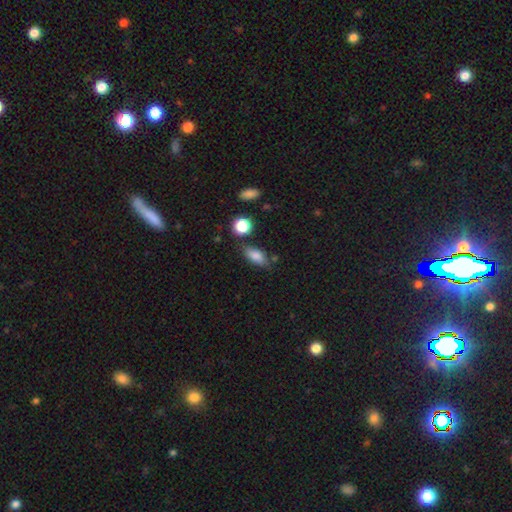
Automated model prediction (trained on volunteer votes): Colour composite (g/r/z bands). It shows a smooth galaxy with no disk features (83%) that is in between round and cigar-shaped (82%). Merging: none (70%).